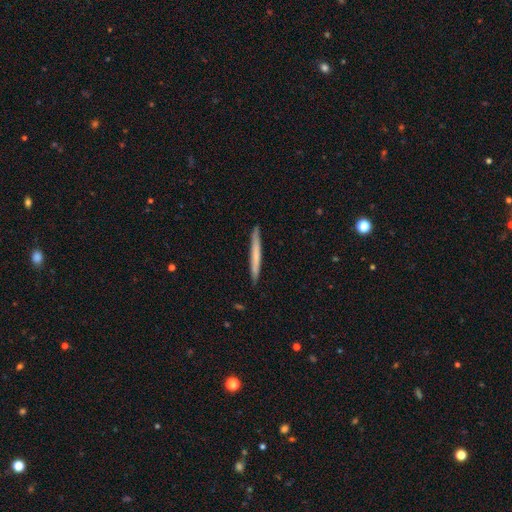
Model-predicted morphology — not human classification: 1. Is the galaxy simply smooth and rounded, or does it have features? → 61% smooth, 33% featured or disk, 5% star or artifact.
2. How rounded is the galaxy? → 97% cigar-shaped, 2% in between, 1% round.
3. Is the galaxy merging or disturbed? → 91% none, 7% minor disturbance, 1% major disturbance, 1% merger.